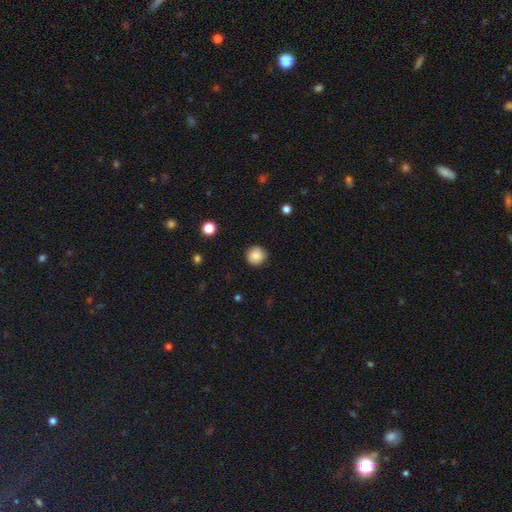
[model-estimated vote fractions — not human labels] smooth_or_featured: smooth (p=0.86) [alt: star or artifact p=0.09]
how_rounded: round (p=0.93) [alt: in between p=0.06]
merging: none (p=0.88) [alt: minor disturbance p=0.09]